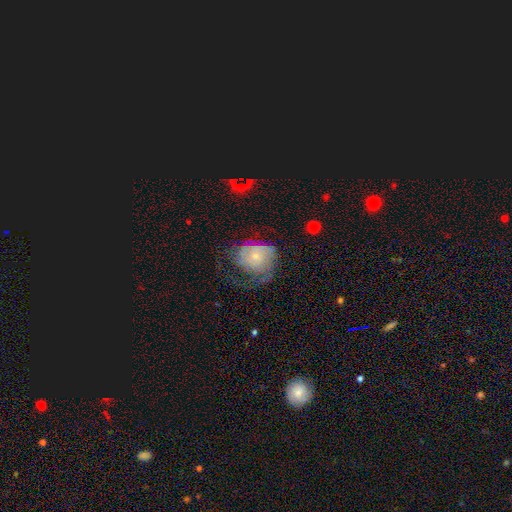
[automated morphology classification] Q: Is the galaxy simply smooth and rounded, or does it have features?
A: featured or disk — 61%.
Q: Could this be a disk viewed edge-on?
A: no — 97%.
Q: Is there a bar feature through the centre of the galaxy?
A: no — 81%.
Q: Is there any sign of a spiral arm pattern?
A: yes — 80%.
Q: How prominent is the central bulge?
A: small — 70%.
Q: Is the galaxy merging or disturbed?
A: major disturbance — 37%, tied with none.